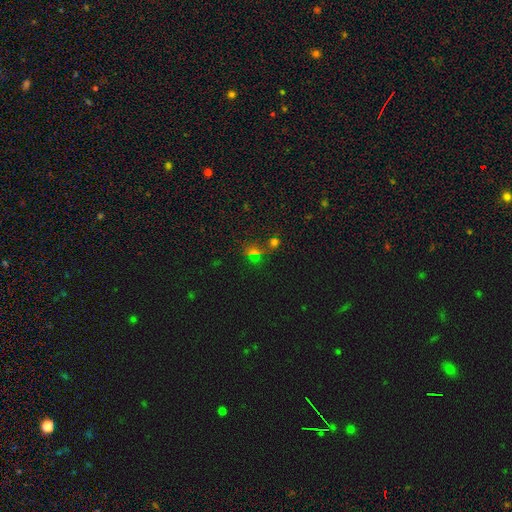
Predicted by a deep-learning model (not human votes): The model was most divided on "smooth or featured": star or artifact: 57%, smooth: 32%, featured or disk: 10%.